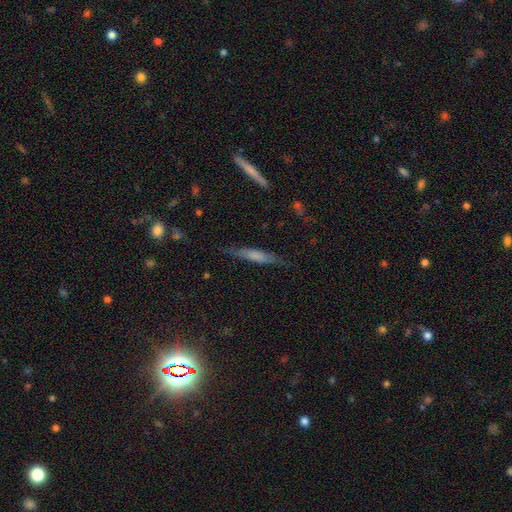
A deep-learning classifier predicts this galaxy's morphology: A smooth galaxy with no disk features (54%) that is cigar-shaped (87%). Merging: none (75%).